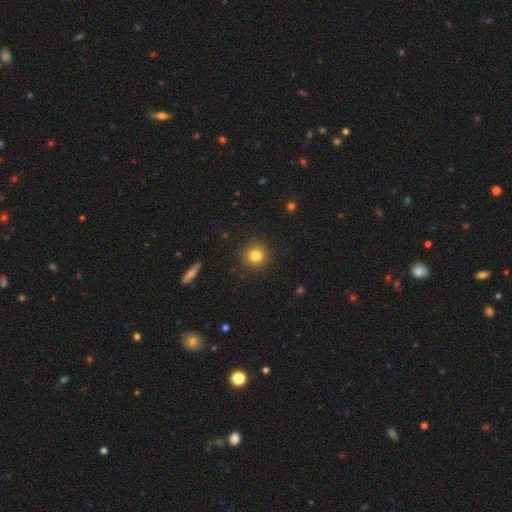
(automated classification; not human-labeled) Overall: smooth (81%). How rounded: round (94%). Merging: none (91%).